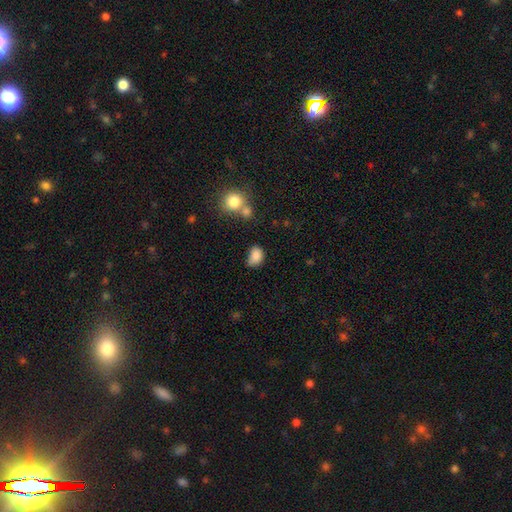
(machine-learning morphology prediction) This is clearly a smooth galaxy (85%). How rounded: likely in between (77%). Merging: possibly none (51%).